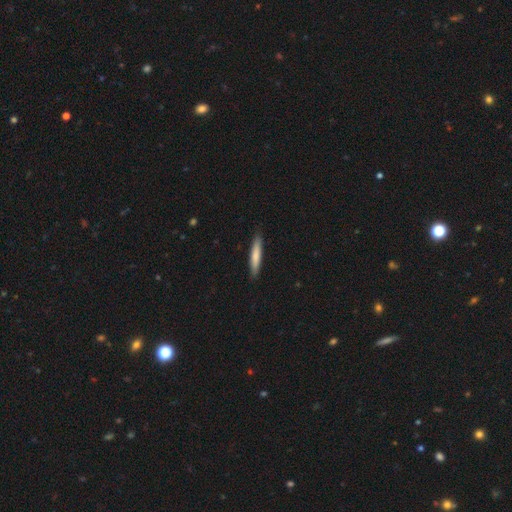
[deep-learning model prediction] Morphology: type=smooth (74%); roundness=cigar-shaped (91%); merging=none (89%).